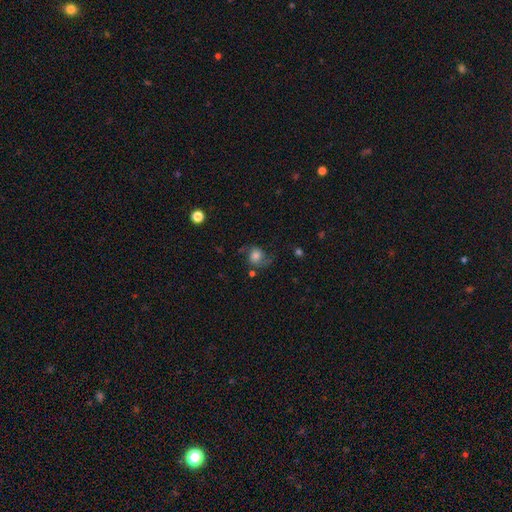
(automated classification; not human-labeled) smooth 45%, featured or disk 42%, star or artifact 12%. Down the decision tree: merging — none (57%).